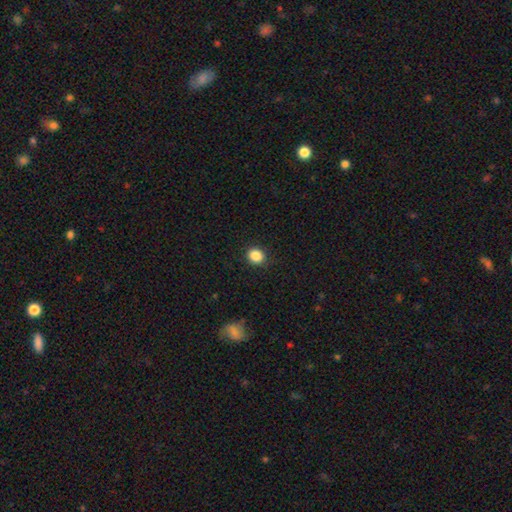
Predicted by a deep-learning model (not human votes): smooth-or-featured: smooth: 86% | star or artifact: 10% | featured or disk: 4%
  how-rounded: round: 72% | in between: 27% | cigar-shaped: 1%
  merging: none: 89% | minor disturbance: 8% | major disturbance: 2% | merger: 1%